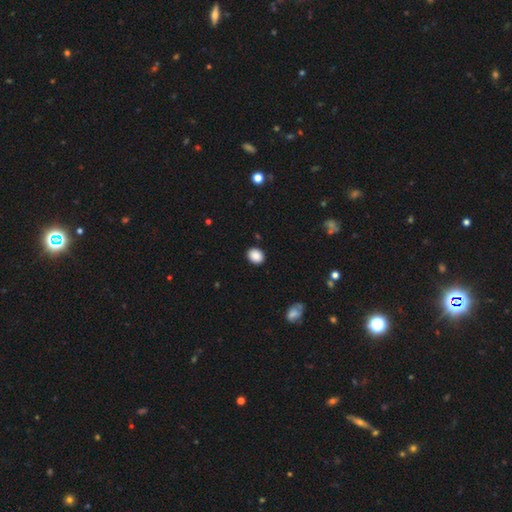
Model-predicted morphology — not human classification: Smooth or featured: smooth — 89% (star or artifact — 8%)
How rounded: in between — 54% (round — 45%)
Merging: none — 89% (minor disturbance — 8%)